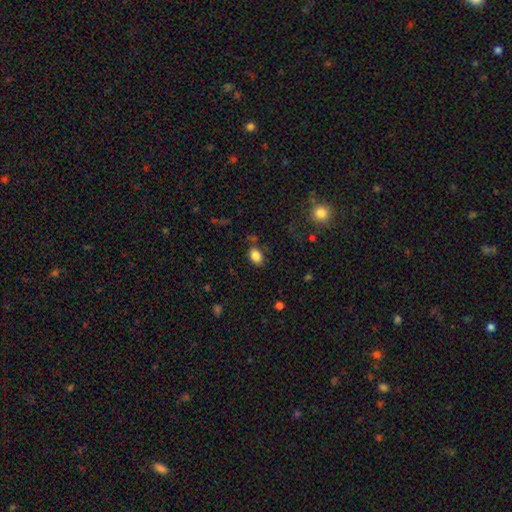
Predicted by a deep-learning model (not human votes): This appears to be a smooth galaxy with no disk features (85%) that is in between round and cigar-shaped (81%). Merging: none (76%).